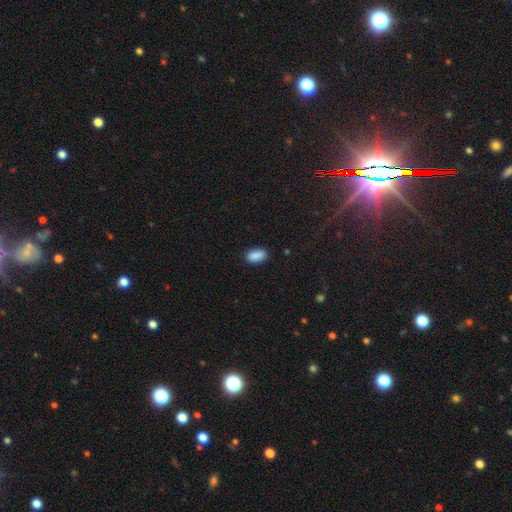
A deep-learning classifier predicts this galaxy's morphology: type=smooth (90%); roundness=in between (93%); merging=none (86%).